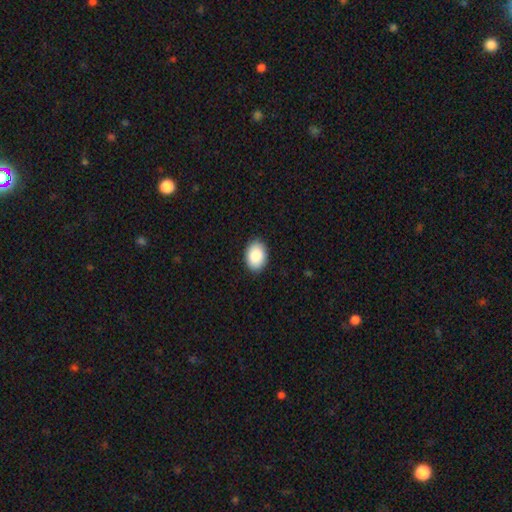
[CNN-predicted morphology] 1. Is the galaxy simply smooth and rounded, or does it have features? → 89% smooth, 7% star or artifact, 5% featured or disk.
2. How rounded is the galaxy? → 85% in between, 14% round, 1% cigar-shaped.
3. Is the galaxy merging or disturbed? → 89% none, 8% minor disturbance, 2% major disturbance, 1% merger.